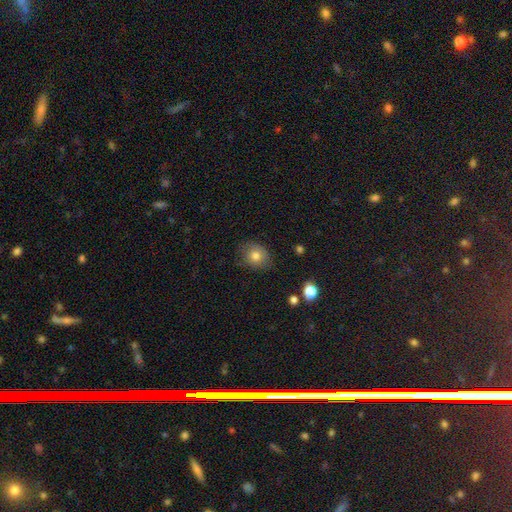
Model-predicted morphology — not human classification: This is likely a smooth galaxy (77%). How rounded: likely round (63%). Merging: likely none (76%).